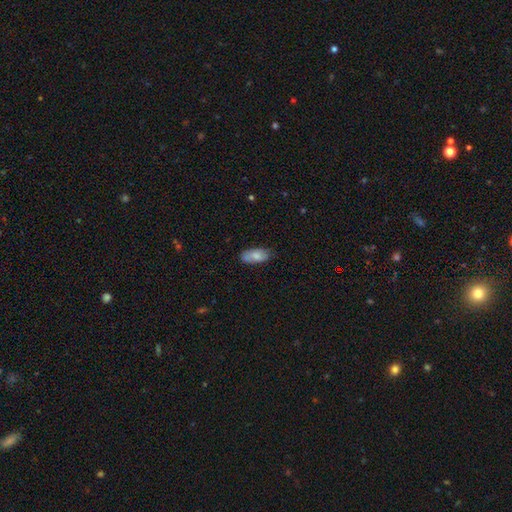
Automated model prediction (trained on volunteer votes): Overall: smooth (74%). How rounded: in between (89%). Merging: none (72%).